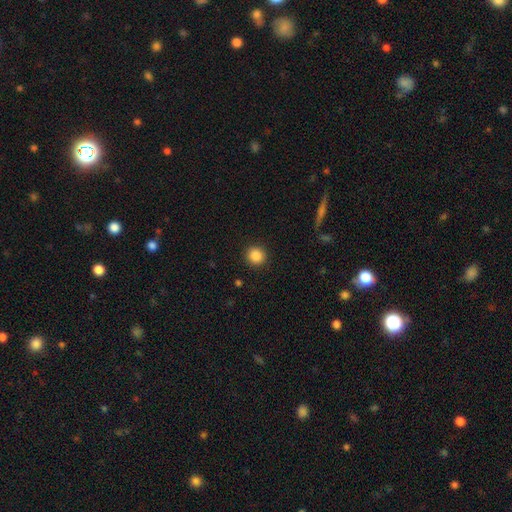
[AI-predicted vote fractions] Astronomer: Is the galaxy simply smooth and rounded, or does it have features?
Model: smooth — 87%.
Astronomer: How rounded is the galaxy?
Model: round — 92%.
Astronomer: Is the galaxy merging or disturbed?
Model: none — 92%.